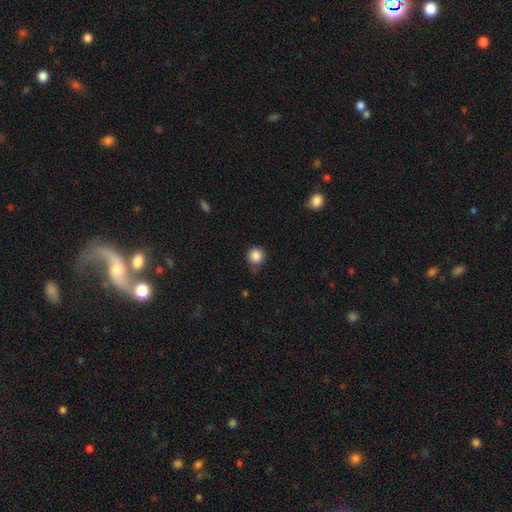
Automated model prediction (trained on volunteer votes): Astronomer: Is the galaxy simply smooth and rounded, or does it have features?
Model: smooth — 86%.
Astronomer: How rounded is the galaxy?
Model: round — 91%.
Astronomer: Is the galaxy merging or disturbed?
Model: none — 71%.